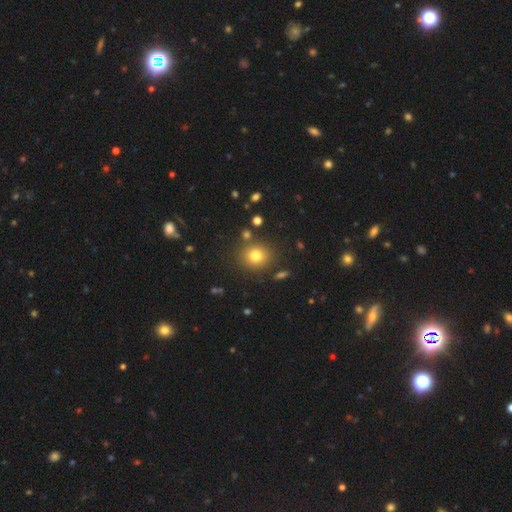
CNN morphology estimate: A smooth galaxy with no disk features (77%) that is round (82%).

Vote fractions:
- Smooth or featured? smooth: 77% / star or artifact: 14% / featured or disk: 8%
- How rounded? round: 82% / in between: 17% / cigar-shaped: 1%
- Merging? none: 84% / minor disturbance: 8% / merger: 5% / major disturbance: 3%